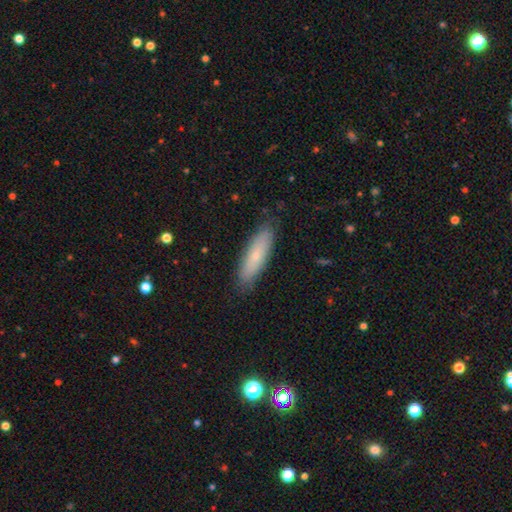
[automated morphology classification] Overall: smooth (70%). How rounded: cigar-shaped (63%; in between 35%). Merging: none (86%).